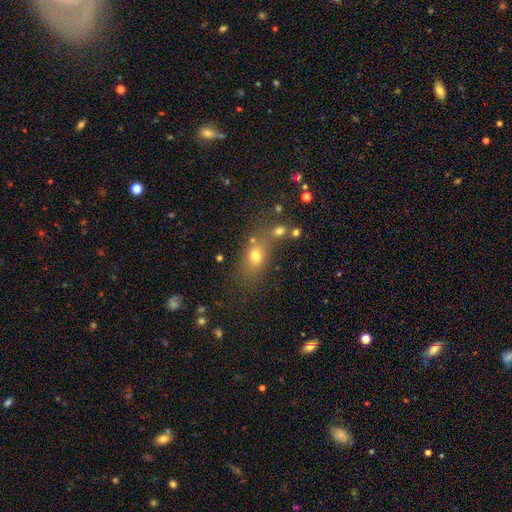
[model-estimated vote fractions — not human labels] This is likely a smooth galaxy (70%). How rounded: likely in between (63%). Merging: possibly none (58%).